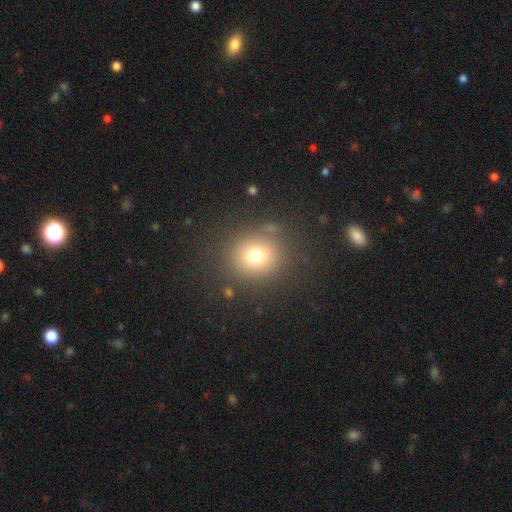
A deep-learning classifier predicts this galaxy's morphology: This appears to be a smooth galaxy with no disk features (73%) that is round (85%). Merging: none (82%).